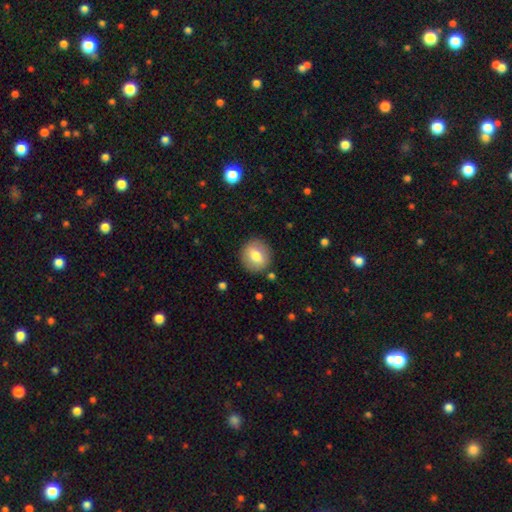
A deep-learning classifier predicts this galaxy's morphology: A smooth galaxy with no disk features (71%) that is round (80%). Merging: none (87%).